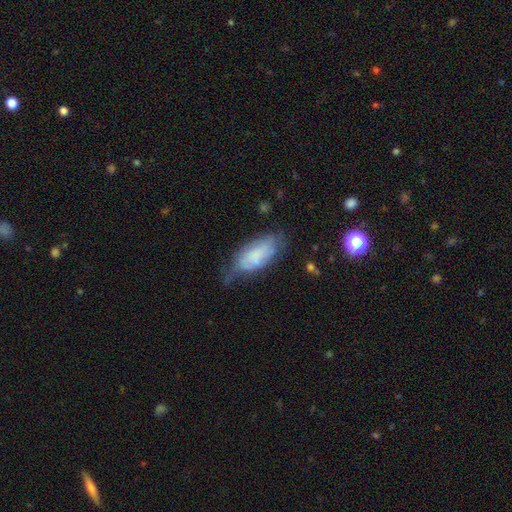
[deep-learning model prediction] Smooth or featured: smooth — 59% (featured or disk — 32%)
How rounded: in between — 86% (cigar-shaped — 12%)
Merging: minor disturbance — 40% (none — 39%)